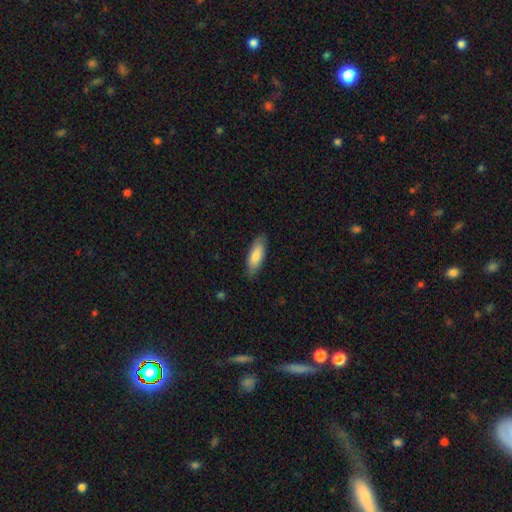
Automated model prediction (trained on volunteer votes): This is likely a smooth galaxy (78%). How rounded: likely in between (72%). Merging: clearly none (83%).